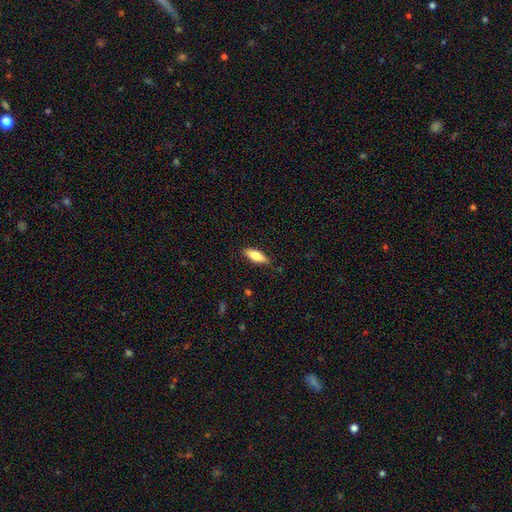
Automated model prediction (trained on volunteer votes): smooth 67%, featured or disk 27%, star or artifact 6%. Down the decision tree: how rounded — in between (59%); merging — none (84%).